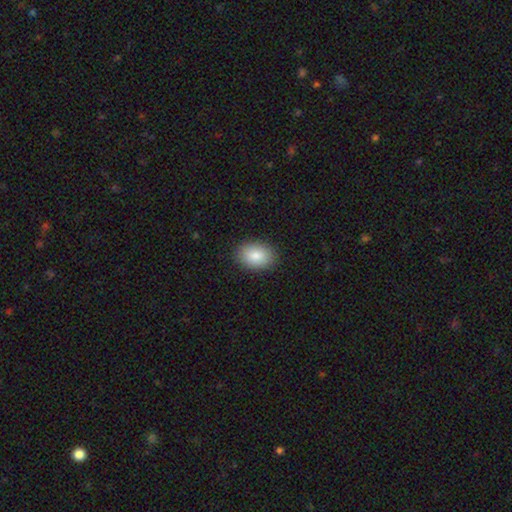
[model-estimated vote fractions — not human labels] Morphology: type=smooth (87%); roundness=in between (80%); merging=none (88%).